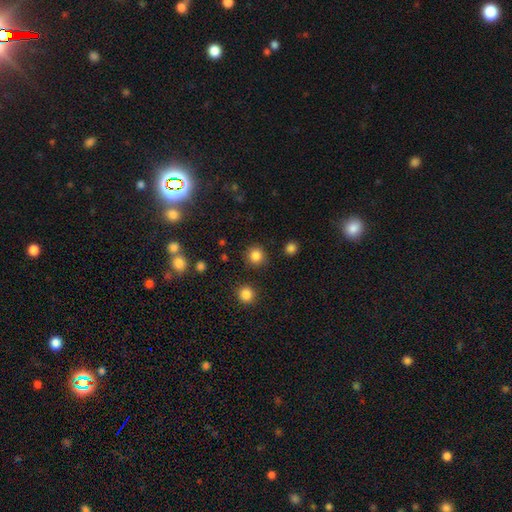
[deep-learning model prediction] Q: Smooth or featured?
A: smooth (83%); runner-up: star or artifact (13%)
Q: How rounded?
A: round (93%); runner-up: in between (6%)
Q: Merging?
A: none (89%); runner-up: minor disturbance (6%)